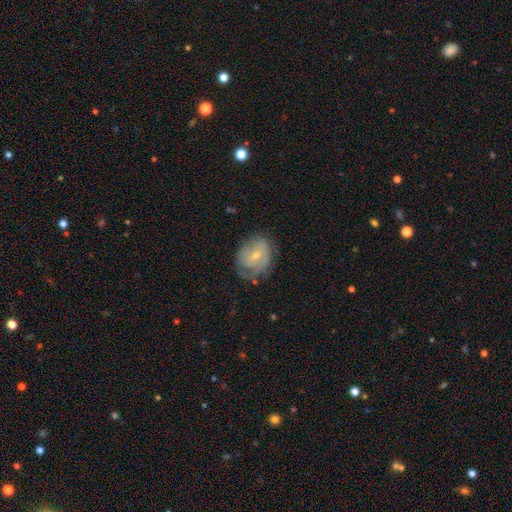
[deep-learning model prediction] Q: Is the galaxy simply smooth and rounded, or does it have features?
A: featured or disk — 59%.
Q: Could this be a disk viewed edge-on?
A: no — 97%.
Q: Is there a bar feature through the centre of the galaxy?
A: no — 54%.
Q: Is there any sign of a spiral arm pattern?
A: yes — 72%.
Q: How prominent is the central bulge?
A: small — 60%.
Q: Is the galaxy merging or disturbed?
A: none — 53%.